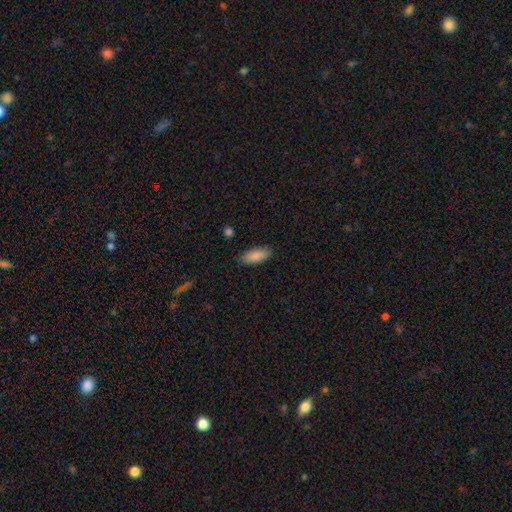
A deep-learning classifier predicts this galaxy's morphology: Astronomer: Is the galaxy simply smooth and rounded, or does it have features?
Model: smooth — 88%.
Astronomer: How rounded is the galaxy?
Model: in between — 79%.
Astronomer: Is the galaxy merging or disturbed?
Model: none — 87%.